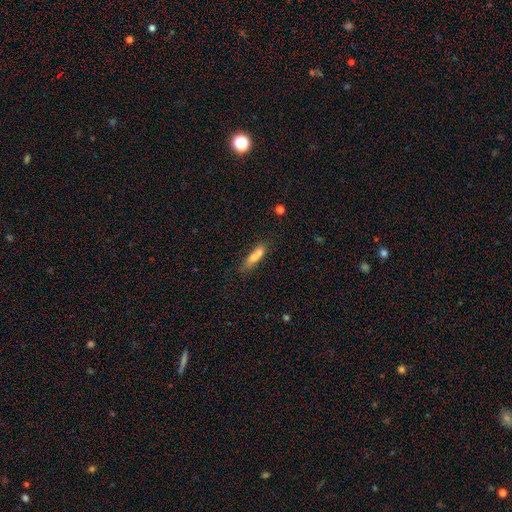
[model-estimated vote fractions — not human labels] smooth 68%, featured or disk 22%, star or artifact 10%. Down the decision tree: how rounded — in between (48%); merging — merger (47%).